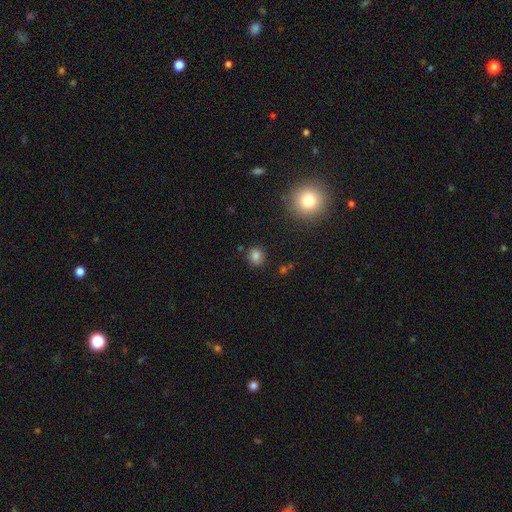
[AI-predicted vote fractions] Q: Smooth or featured?
A: smooth (80%); runner-up: star or artifact (14%)
Q: How rounded?
A: round (69%); runner-up: in between (30%)
Q: Merging?
A: none (84%); runner-up: minor disturbance (10%)